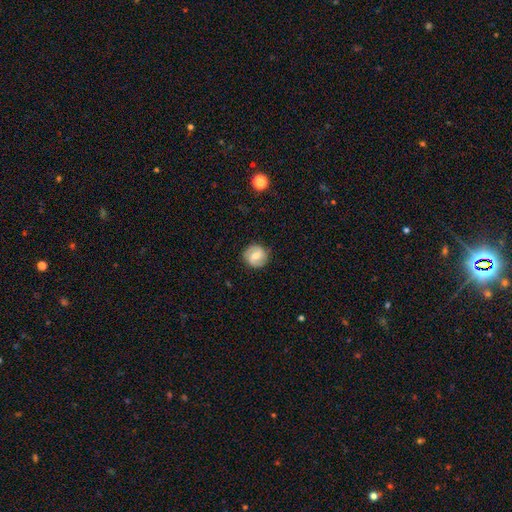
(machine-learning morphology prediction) Smooth or featured? Predicted: featured or disk (p=0.49). Merging? Predicted: none (p=0.86).